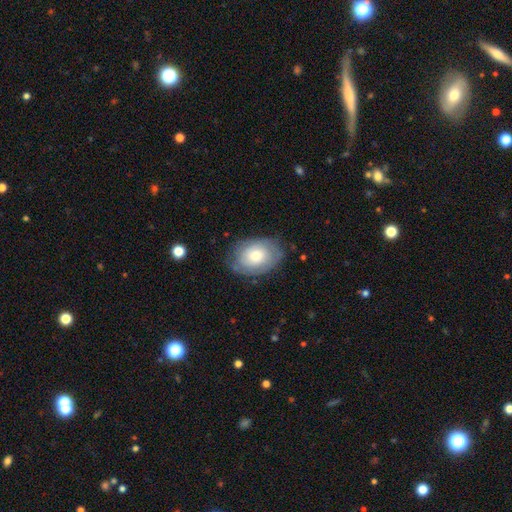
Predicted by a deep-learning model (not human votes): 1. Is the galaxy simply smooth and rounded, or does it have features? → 60% smooth, 33% featured or disk, 7% star or artifact.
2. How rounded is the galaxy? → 79% in between, 20% round, 1% cigar-shaped.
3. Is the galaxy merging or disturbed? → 73% none, 20% minor disturbance, 6% major disturbance, 1% merger.